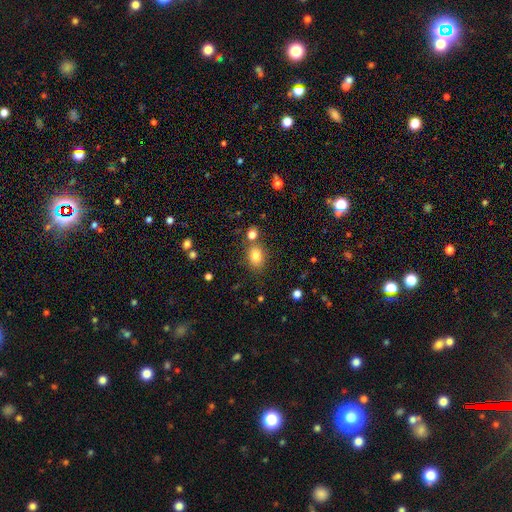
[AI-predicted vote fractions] Smooth or featured? smooth (80%)
How rounded? in between (69%)
Merging? none (69%)